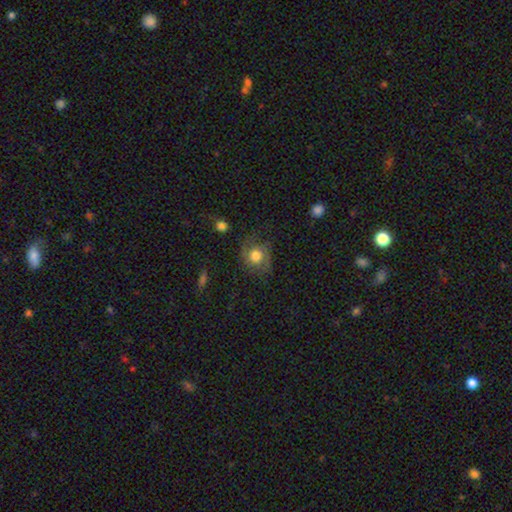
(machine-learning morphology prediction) A smooth galaxy with no disk features (45%, tied with featured or disk).

Vote fractions:
- Smooth or featured? smooth: 45% (tied) / featured or disk: 45% (tied) / star or artifact: 10%
- Merging? none: 64% / minor disturbance: 21% / major disturbance: 13% / merger: 2%